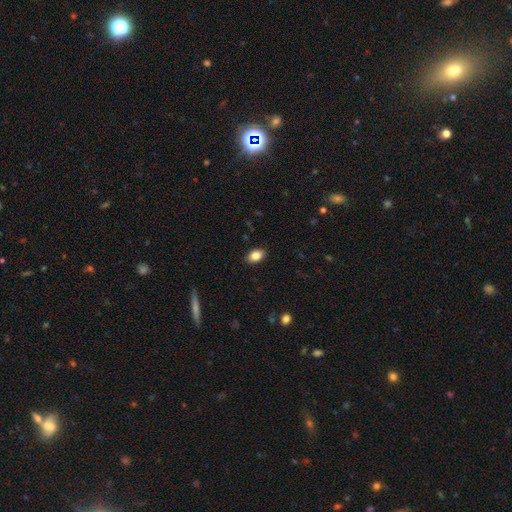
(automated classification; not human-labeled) A smooth galaxy with no disk features (84%) that is in between round and cigar-shaped (84%).

Vote fractions:
- Smooth or featured? smooth: 84% / star or artifact: 9% / featured or disk: 8%
- How rounded? in between: 84% / round: 14% / cigar-shaped: 2%
- Merging? none: 88% / minor disturbance: 9% / major disturbance: 2% / merger: 1%